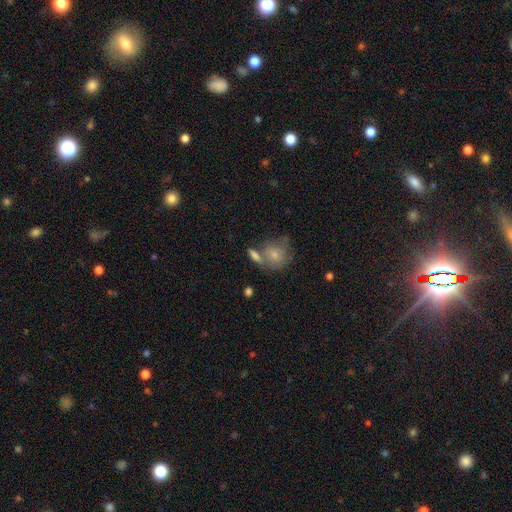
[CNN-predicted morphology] Smooth or featured? smooth (74%)
How rounded? in between (45%, tied with round)
Merging? none (50%)